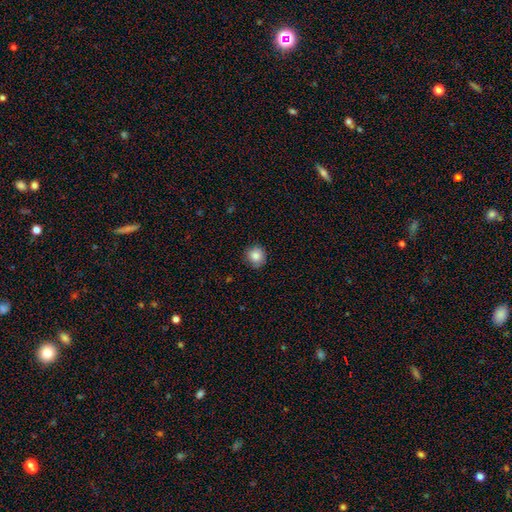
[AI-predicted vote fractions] This appears to be a smooth galaxy with no disk features (85%) that is round (92%). Merging: none (86%).